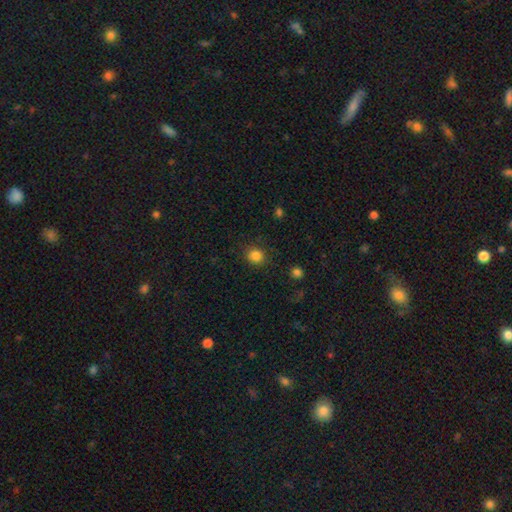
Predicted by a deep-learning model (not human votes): smooth 84%, star or artifact 12%, featured or disk 4%. Down the decision tree: how rounded — round (85%); merging — none (86%).